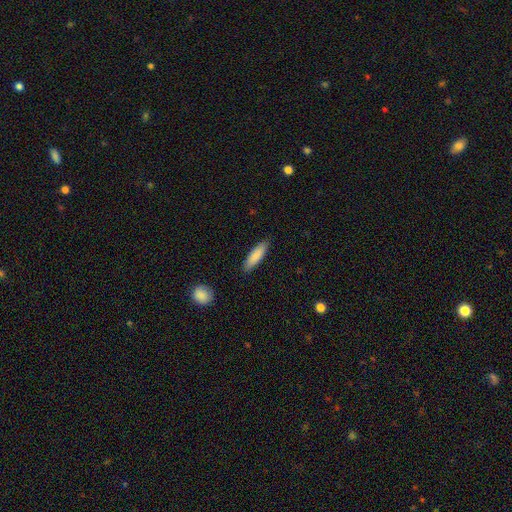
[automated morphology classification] smooth 85%, featured or disk 9%, star or artifact 6%. Down the decision tree: how rounded — cigar-shaped (64%); merging — none (87%).